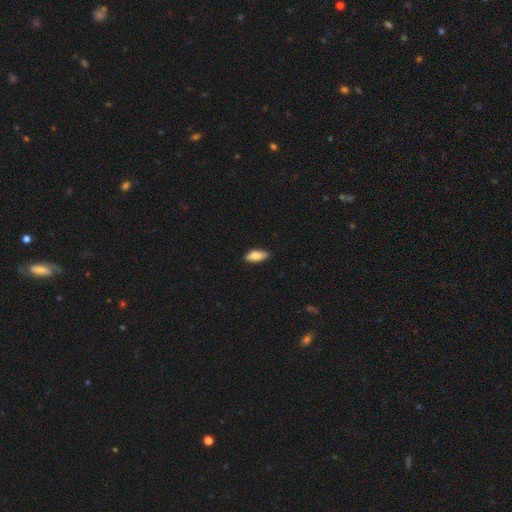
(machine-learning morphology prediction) This appears to be a smooth galaxy with no disk features (85%) that is in between round and cigar-shaped (82%). Merging: none (84%).